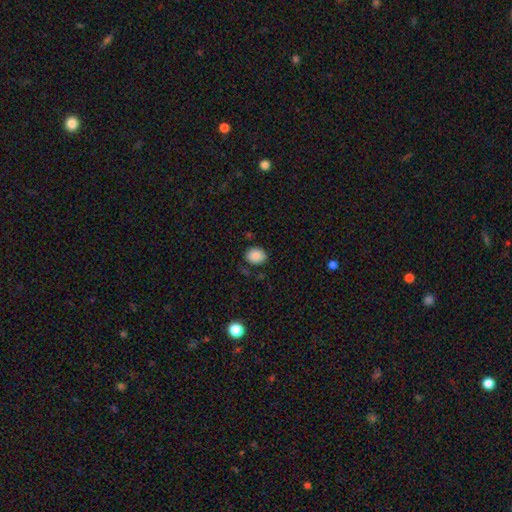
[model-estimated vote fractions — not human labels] Morphology: type=smooth (85%); roundness=in between (54%); merging=none (82%).